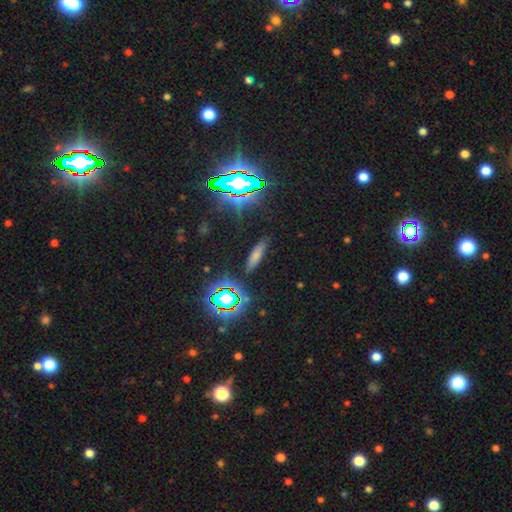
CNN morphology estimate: A smooth galaxy with no disk features (62%) that is cigar-shaped (66%). Merging: none (85%).